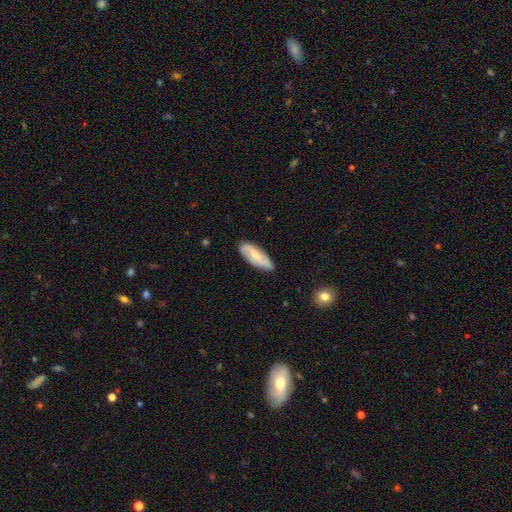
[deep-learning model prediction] featured or disk 49%, smooth 45%, star or artifact 6%. Down the decision tree: merging — none (78%).